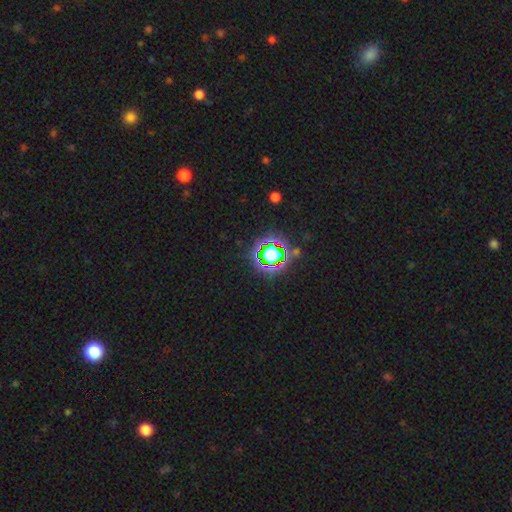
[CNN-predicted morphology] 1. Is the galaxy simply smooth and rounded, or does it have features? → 79% star or artifact, 14% smooth, 7% featured or disk.